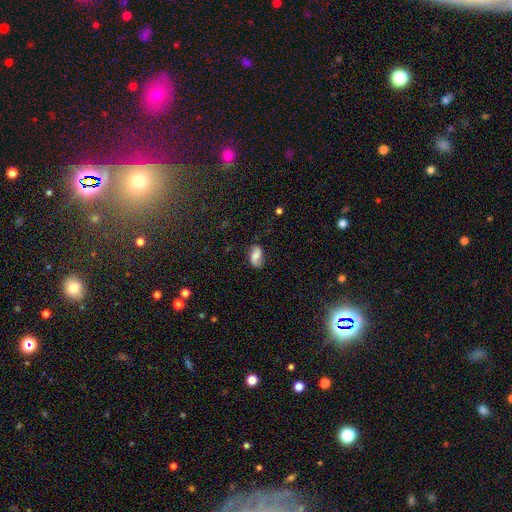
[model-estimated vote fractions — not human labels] Smooth or featured?
  - smooth: 63% *
  - featured or disk: 28%
  - star or artifact: 9%
How rounded?
  - in between: 91% *
  - round: 7%
  - cigar-shaped: 3%
Merging?
  - none: 63% *
  - minor disturbance: 26%
  - major disturbance: 9%
  - merger: 2%